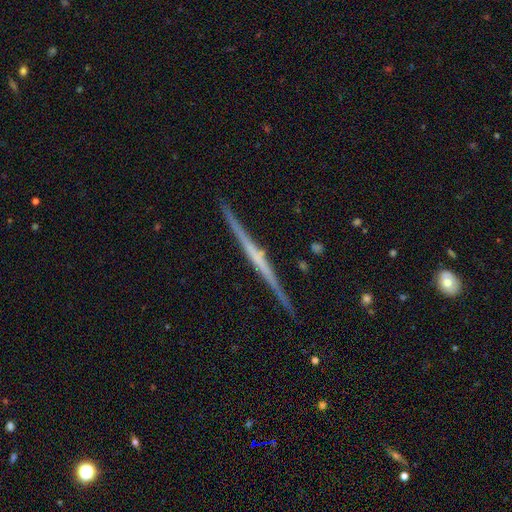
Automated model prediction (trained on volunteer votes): The model was most divided on "edge-on bulge": none: 57%, rounded: 28%, boxy: 15%. More confident: edge-on disk — yes (99%); merging — none (91%); smooth or featured — featured or disk (79%).